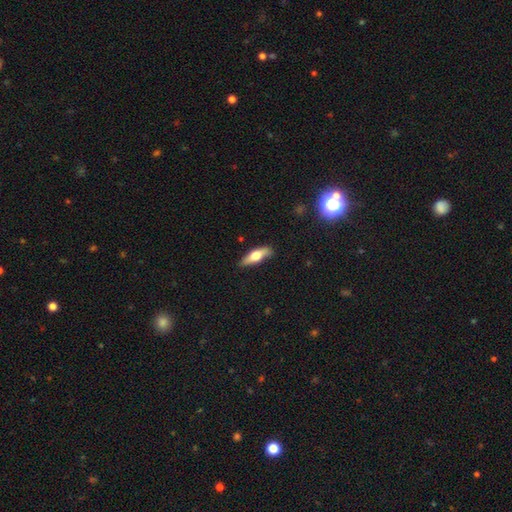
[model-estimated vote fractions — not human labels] smooth-or-featured: smooth: 53% | featured or disk: 41% | star or artifact: 6%
  how-rounded: cigar-shaped: 53% | in between: 44% | round: 3%
  merging: none: 80% | minor disturbance: 15% | major disturbance: 3% | merger: 2%